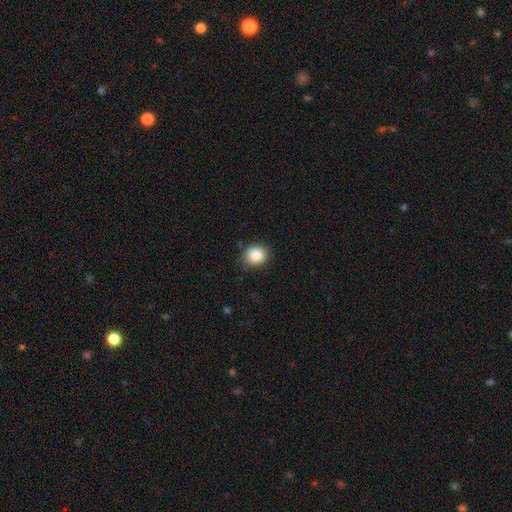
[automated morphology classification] Smooth or featured: smooth — 84% (star or artifact — 10%)
How rounded: round — 76% (in between — 23%)
Merging: none — 85% (minor disturbance — 12%)